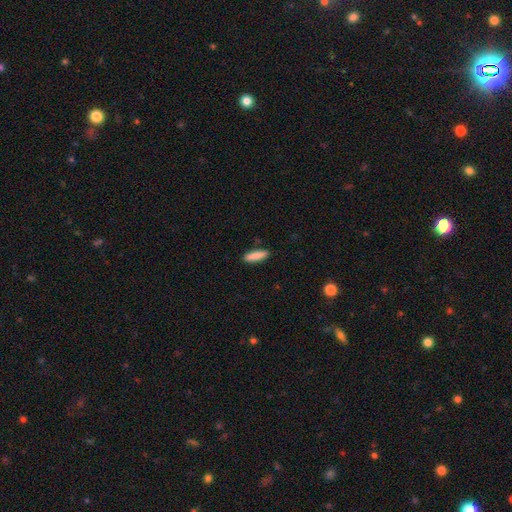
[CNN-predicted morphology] A smooth galaxy with no disk features (86%) that is cigar-shaped (68%). Merging: none (88%).